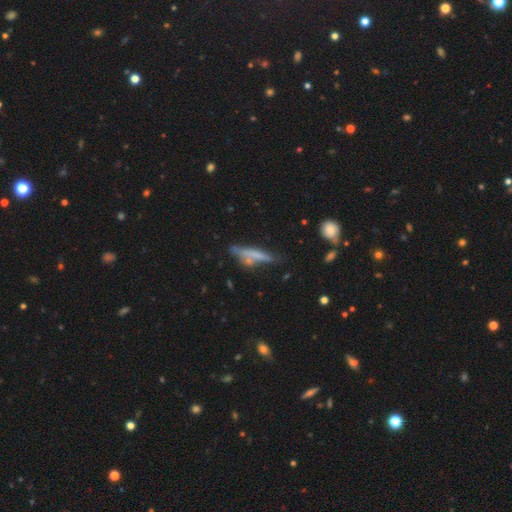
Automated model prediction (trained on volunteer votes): smooth 55%, featured or disk 37%, star or artifact 9%. Down the decision tree: how rounded — cigar-shaped (84%); merging — none (54%).